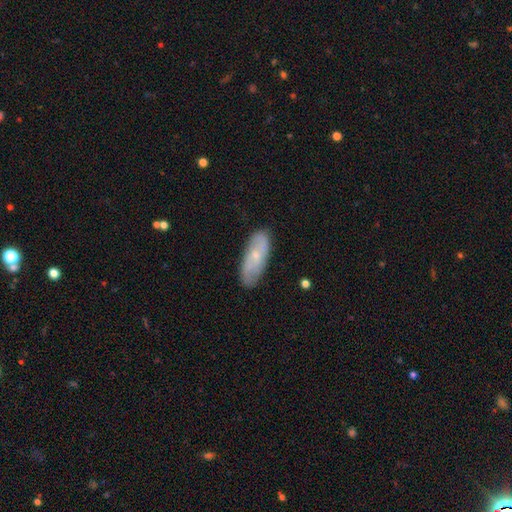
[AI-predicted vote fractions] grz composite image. It shows a featured or disk galaxy (47%). Merging: none (83%).